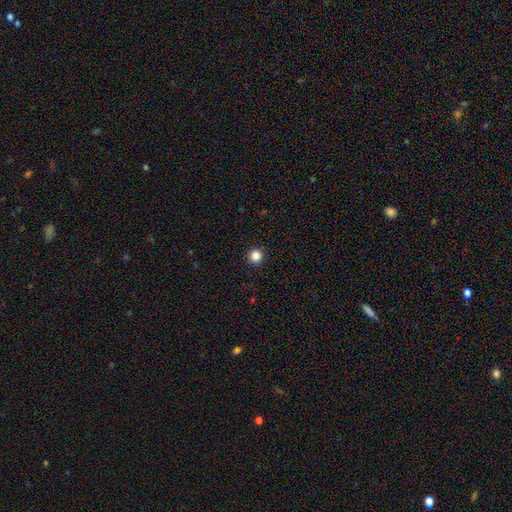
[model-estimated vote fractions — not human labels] Smooth or featured?
  - smooth: 85% *
  - star or artifact: 12%
  - featured or disk: 3%
How rounded?
  - round: 95% *
  - in between: 4%
  - cigar-shaped: 1%
Merging?
  - none: 93% *
  - minor disturbance: 4%
  - major disturbance: 2%
  - merger: 1%